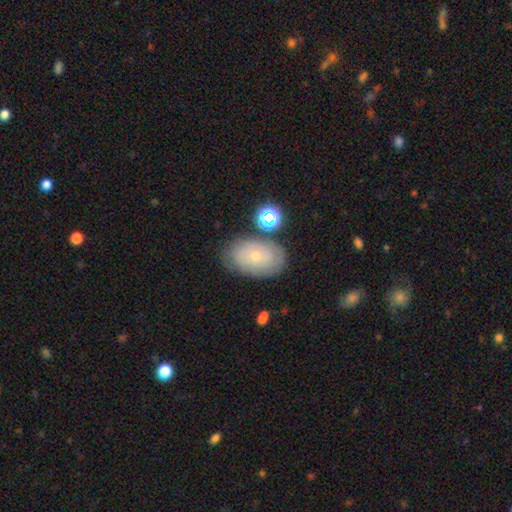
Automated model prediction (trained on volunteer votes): smooth_or_featured: smooth (p=0.51) [alt: featured or disk p=0.40]
how_rounded: in between (p=0.88) [alt: round p=0.10]
merging: none (p=0.73) [alt: minor disturbance p=0.16]